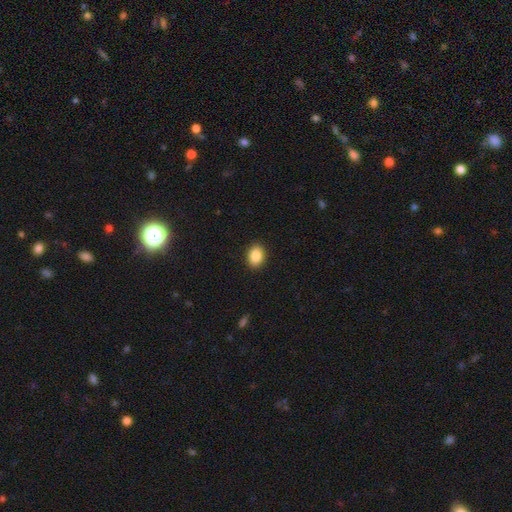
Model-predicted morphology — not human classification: A smooth galaxy with no disk features (88%) that is in between round and cigar-shaped (71%). Merging: none (90%).